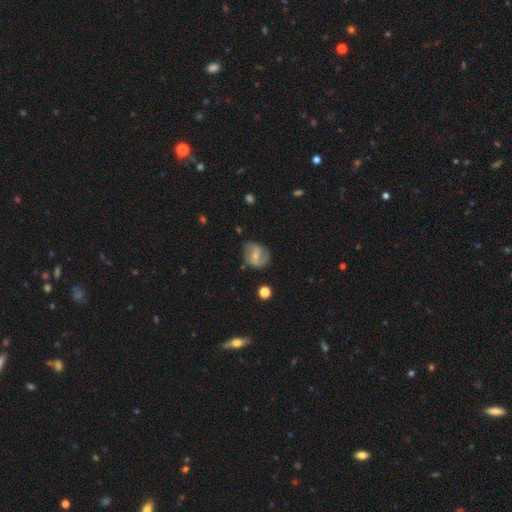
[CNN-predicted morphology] The model was most divided on "bar": weak: 47%, no: 37%, strong: 16%. Remaining: edge-on disk — no (97%); spiral arms — yes (91%); spiral arm count — 2 (79%); smooth or featured — featured or disk (73%); merging — none (67%); bulge size — small (58%); spiral winding — medium (47%).